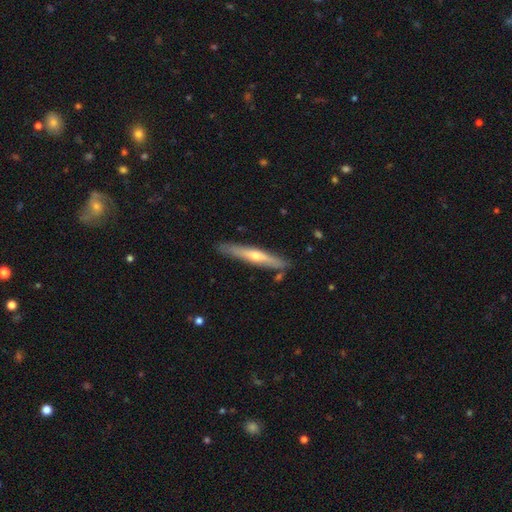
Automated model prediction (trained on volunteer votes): Smooth or featured?
  - featured or disk: 56% *
  - smooth: 39%
  - star or artifact: 6%
Edge-on disk?
  - yes: 91% *
  - no: 9%
Edge-on bulge?
  - rounded: 81% *
  - none: 16%
  - boxy: 3%
Merging?
  - none: 85% *
  - minor disturbance: 10%
  - merger: 2%
  - major disturbance: 2%